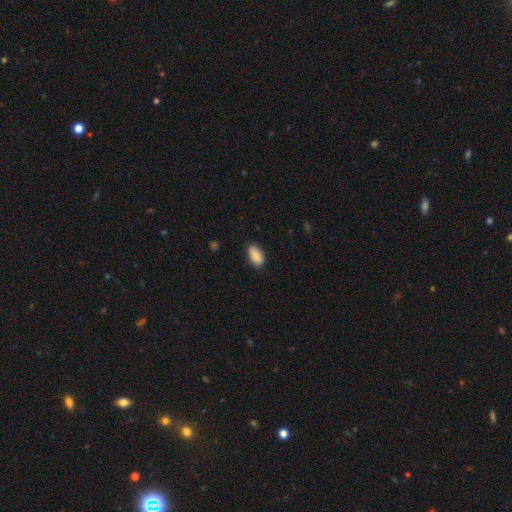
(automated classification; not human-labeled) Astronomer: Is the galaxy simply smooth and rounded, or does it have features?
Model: smooth — 88%.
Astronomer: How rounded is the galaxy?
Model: in between — 91%.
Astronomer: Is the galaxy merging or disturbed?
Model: none — 82%.